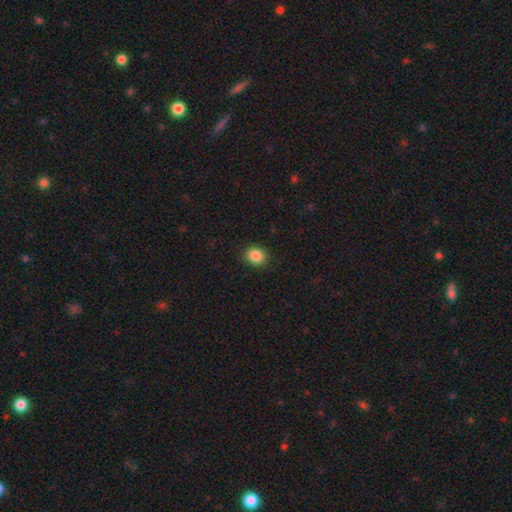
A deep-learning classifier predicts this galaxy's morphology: The model was most divided on "how rounded": round: 57%, in between: 42%, cigar-shaped: 1%. More confident: merging — none (89%); smooth or featured — smooth (87%).